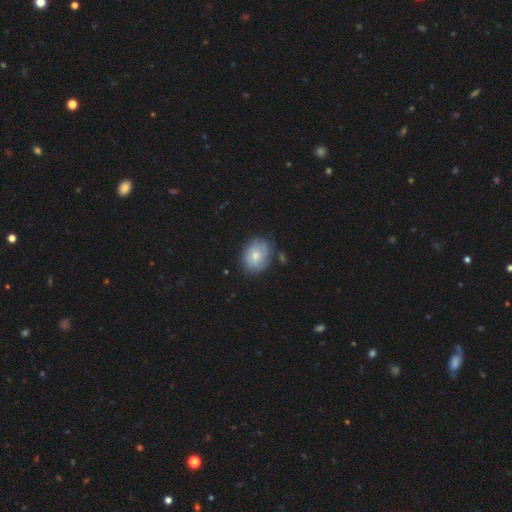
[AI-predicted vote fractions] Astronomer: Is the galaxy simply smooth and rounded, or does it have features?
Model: smooth — 54% (runner-up: featured or disk, 39%).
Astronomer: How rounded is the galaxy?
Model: in between — 58% (runner-up: round, 41%).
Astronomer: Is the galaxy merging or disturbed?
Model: none — 68%.